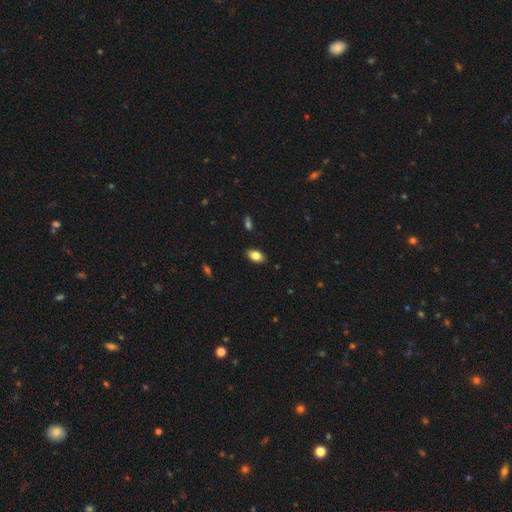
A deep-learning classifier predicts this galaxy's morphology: Q: Smooth or featured?
A: smooth (81%); runner-up: featured or disk (11%)
Q: How rounded?
A: in between (91%); runner-up: round (7%)
Q: Merging?
A: none (87%); runner-up: minor disturbance (9%)